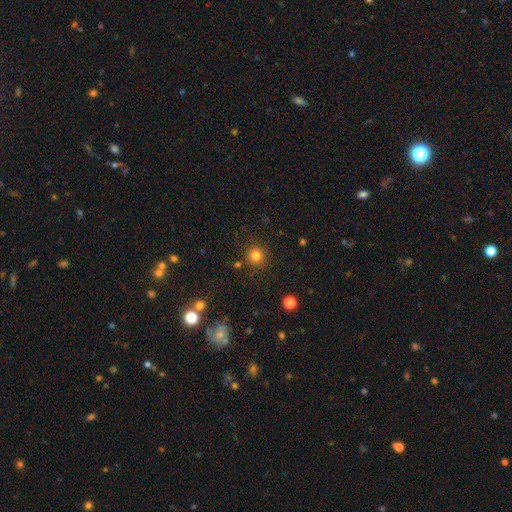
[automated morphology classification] Smooth or featured?
  - smooth: 81% *
  - star or artifact: 14%
  - featured or disk: 5%
How rounded?
  - round: 94% *
  - in between: 5%
  - cigar-shaped: 1%
Merging?
  - none: 86% *
  - minor disturbance: 8%
  - merger: 3%
  - major disturbance: 3%